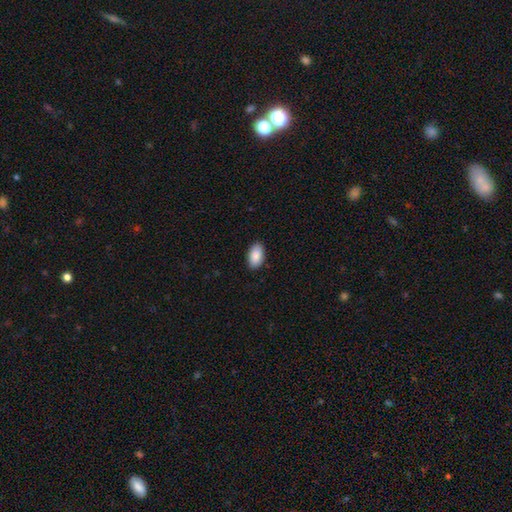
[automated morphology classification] type=smooth (90%); roundness=in between (95%); merging=none (89%).